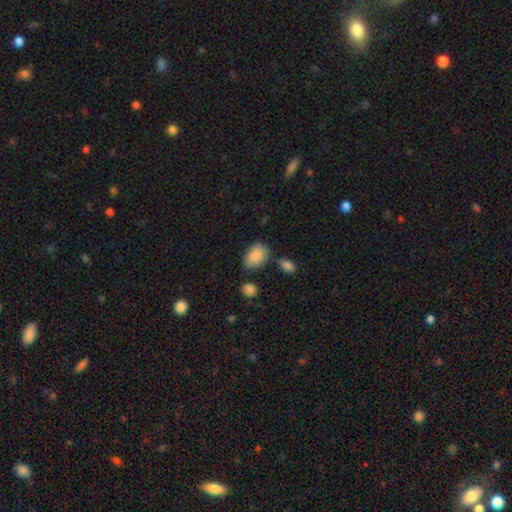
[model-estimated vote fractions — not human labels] A smooth galaxy with no disk features (87%) that is in between round and cigar-shaped (84%). Merging: none (59%).